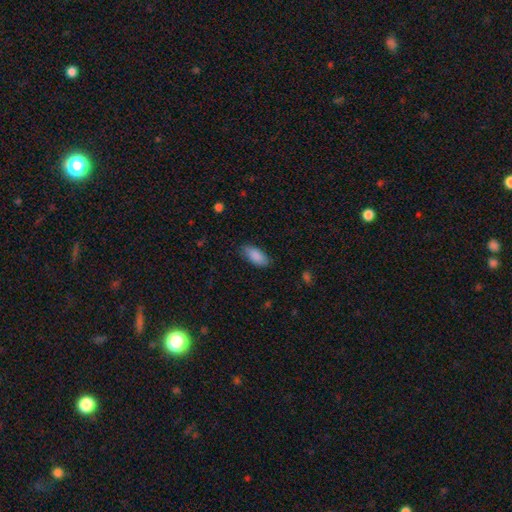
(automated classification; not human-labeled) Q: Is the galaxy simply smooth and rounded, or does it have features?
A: smooth — 88%.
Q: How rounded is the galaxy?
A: in between — 88%.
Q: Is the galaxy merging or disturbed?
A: none — 81%.